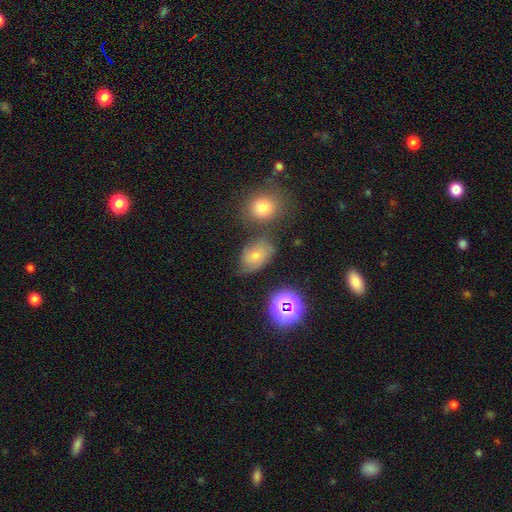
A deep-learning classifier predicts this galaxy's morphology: This is possibly a smooth galaxy (59%). How rounded: likely in between (77%). Merging: possibly none (57%).